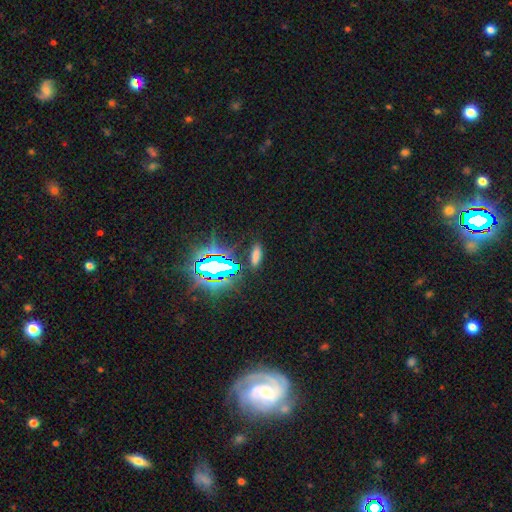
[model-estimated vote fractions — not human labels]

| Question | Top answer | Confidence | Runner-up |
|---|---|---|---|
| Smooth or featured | smooth | 59% | star or artifact (32%) |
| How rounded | in between | 63% | cigar-shaped (32%) |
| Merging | none | 84% | minor disturbance (9%) |